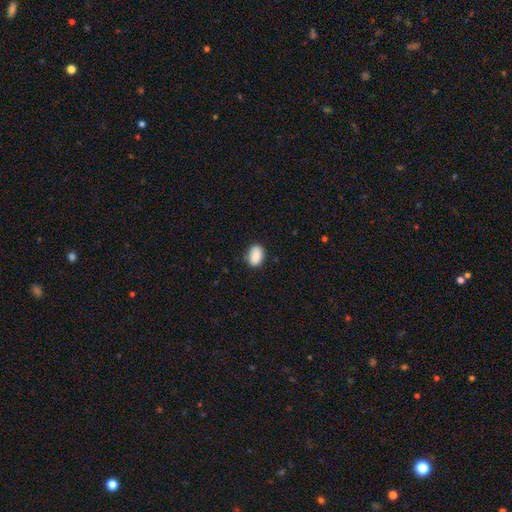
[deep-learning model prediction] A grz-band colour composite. It shows a smooth galaxy with no disk features (88%) that is in between round and cigar-shaped (86%). Merging: none (81%).